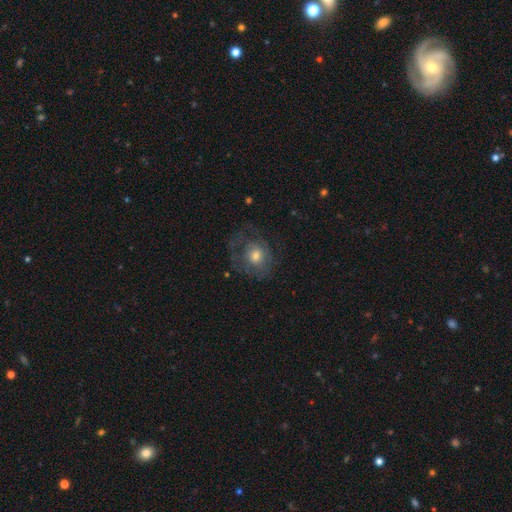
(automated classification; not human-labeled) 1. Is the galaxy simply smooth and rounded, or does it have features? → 50% featured or disk, 41% smooth, 10% star or artifact.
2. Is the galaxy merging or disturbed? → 55% none, 24% major disturbance, 20% minor disturbance, 1% merger.